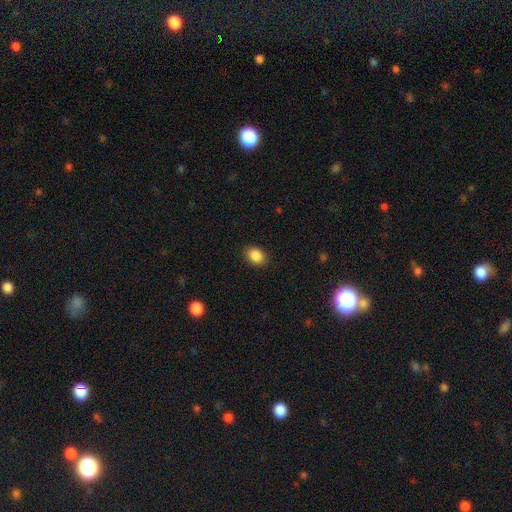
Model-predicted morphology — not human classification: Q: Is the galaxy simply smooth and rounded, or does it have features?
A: smooth — 88%.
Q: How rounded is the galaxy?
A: in between — 62%.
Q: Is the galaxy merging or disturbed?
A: none — 88%.